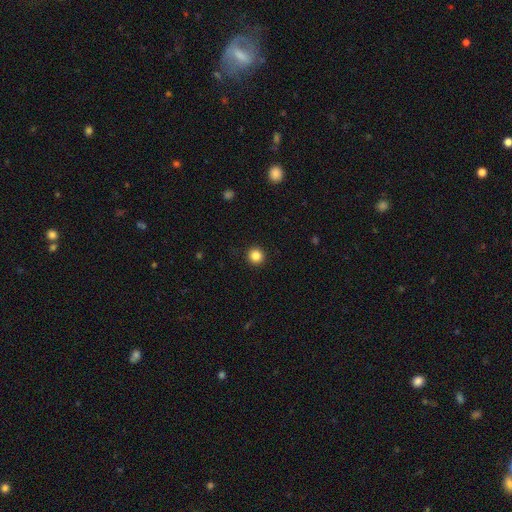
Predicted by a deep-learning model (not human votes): smooth 85%, star or artifact 11%, featured or disk 4%. Down the decision tree: how rounded — round (95%); merging — none (93%).